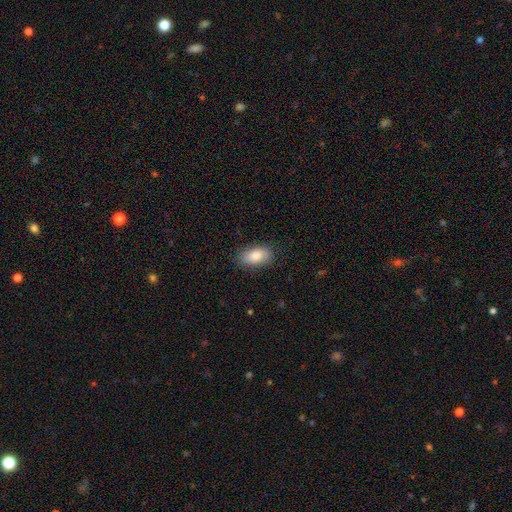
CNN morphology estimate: A smooth galaxy with no disk features (86%) that is in between round and cigar-shaped (92%).

Vote fractions:
- Smooth or featured? smooth: 86% / featured or disk: 8% / star or artifact: 6%
- How rounded? in between: 92% / cigar-shaped: 4% / round: 4%
- Merging? none: 85% / minor disturbance: 11% / major disturbance: 3% / merger: 1%